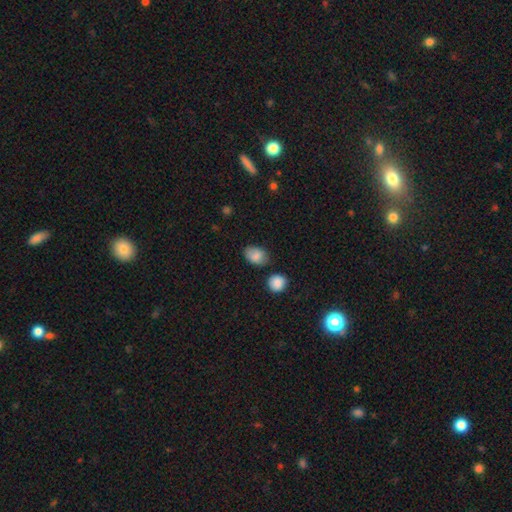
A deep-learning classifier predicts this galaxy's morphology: This is clearly a smooth galaxy (85%). How rounded: clearly in between (81%). Merging: likely none (72%).